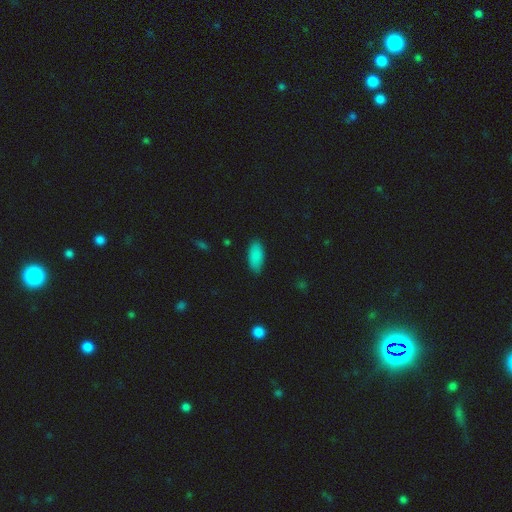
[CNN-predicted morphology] A smooth galaxy with no disk features (88%) that is in between round and cigar-shaped (87%). Merging: none (84%).